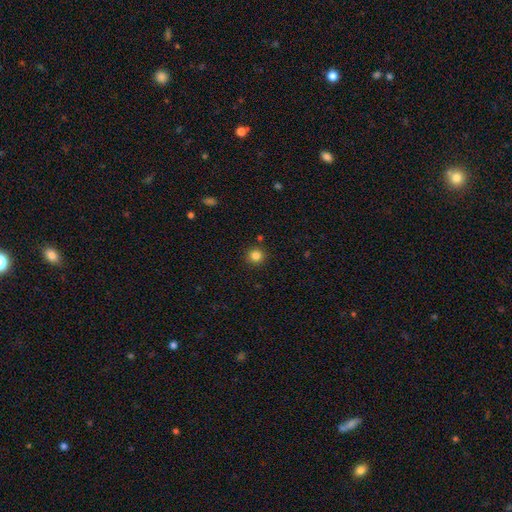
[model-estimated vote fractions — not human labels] smooth_or_featured: smooth (p=0.83) [alt: star or artifact p=0.12]
how_rounded: round (p=0.93) [alt: in between p=0.06]
merging: none (p=0.89) [alt: minor disturbance p=0.06]